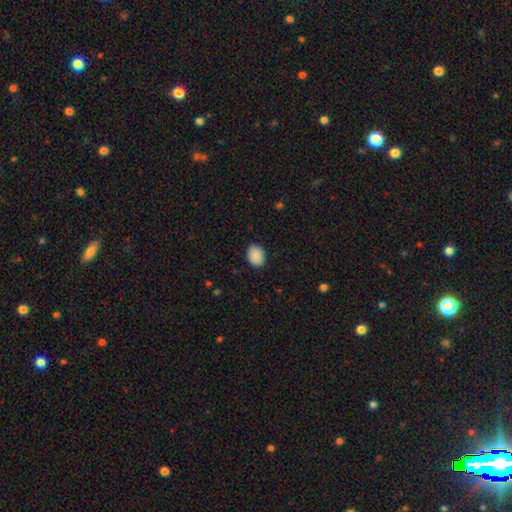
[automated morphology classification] Smooth or featured?
  - smooth: 89% *
  - star or artifact: 7%
  - featured or disk: 4%
How rounded?
  - in between: 60% *
  - round: 39%
  - cigar-shaped: 1%
Merging?
  - none: 88% *
  - minor disturbance: 9%
  - major disturbance: 2%
  - merger: 1%